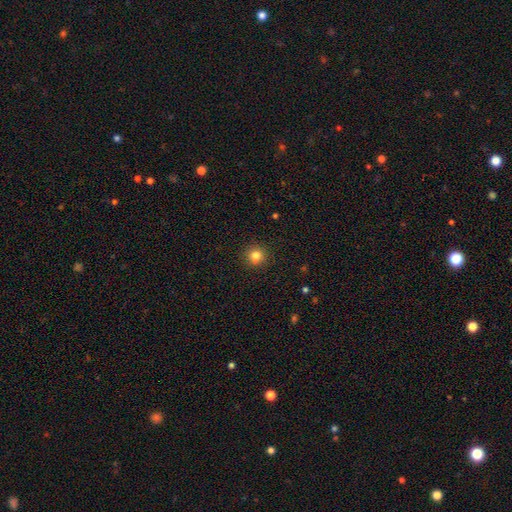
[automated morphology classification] Overall: smooth (81%). How rounded: round (91%). Merging: none (84%).